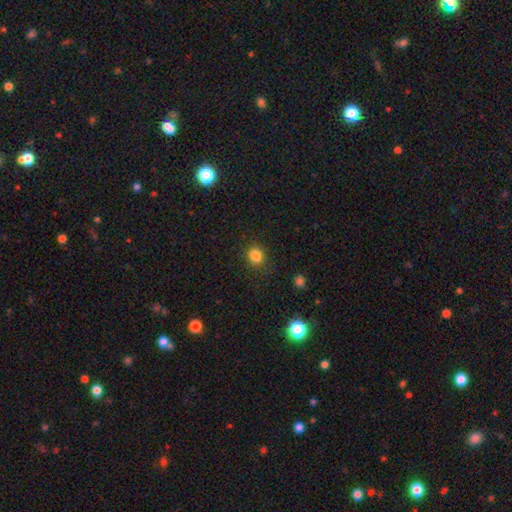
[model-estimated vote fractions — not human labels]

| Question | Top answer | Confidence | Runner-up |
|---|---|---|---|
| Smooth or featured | smooth | 83% | star or artifact (12%) |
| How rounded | round | 67% | in between (32%) |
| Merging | none | 83% | minor disturbance (12%) |